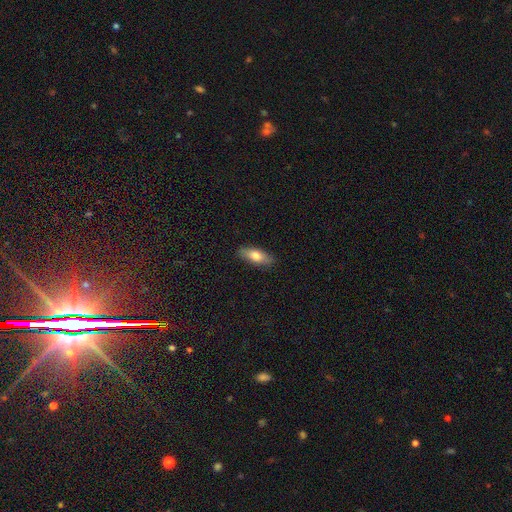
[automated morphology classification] A smooth galaxy with no disk features (76%) that is in between round and cigar-shaped (74%). Merging: none (88%).